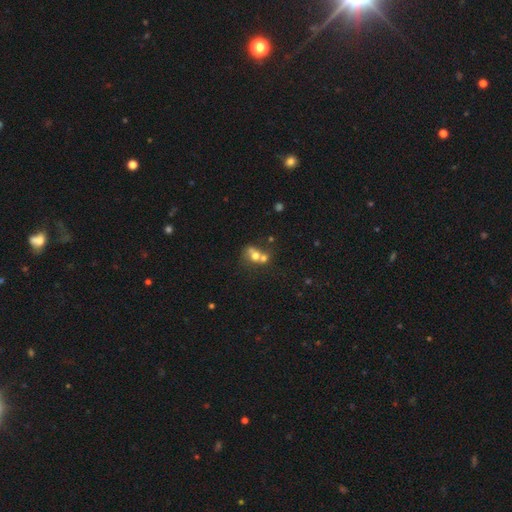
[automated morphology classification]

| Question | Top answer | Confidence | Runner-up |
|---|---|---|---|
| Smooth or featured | smooth | 62% | featured or disk (24%) |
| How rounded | round | 58% | in between (41%) |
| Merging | merger | 62% | none (24%) |